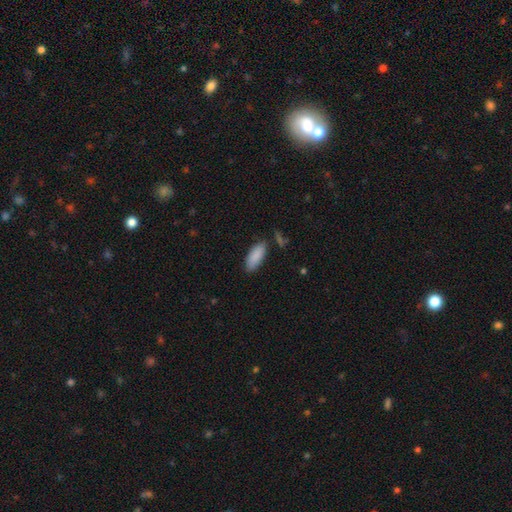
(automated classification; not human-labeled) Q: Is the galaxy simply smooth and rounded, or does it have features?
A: smooth — 89%.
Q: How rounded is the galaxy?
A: in between — 82%.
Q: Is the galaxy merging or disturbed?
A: none — 81%.